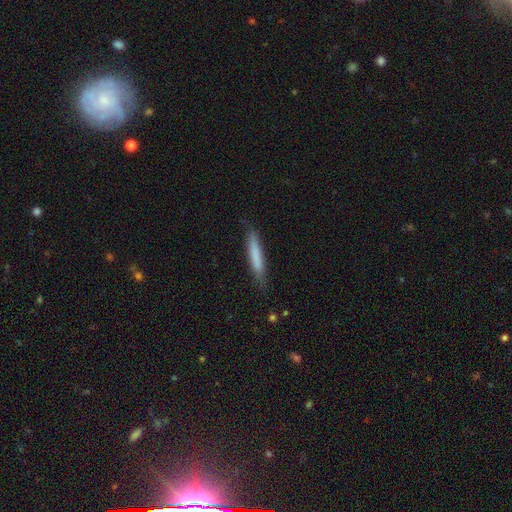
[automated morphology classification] Smooth or featured: smooth — 75% (featured or disk — 19%)
How rounded: cigar-shaped — 93% (in between — 6%)
Merging: none — 84% (minor disturbance — 12%)